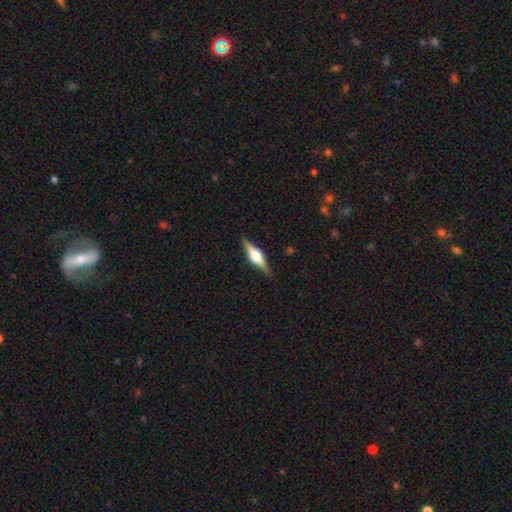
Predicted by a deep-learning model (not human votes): This is likely a featured or disk galaxy (74%). It is clearly viewed edge-on (98%). Edge-on bulge: clearly rounded (91%). Merging: clearly none (89%).